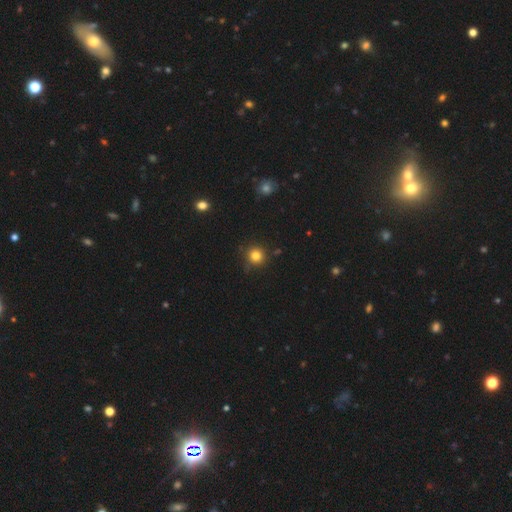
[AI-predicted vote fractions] The model was most divided on "smooth or featured": smooth: 81%, star or artifact: 13%, featured or disk: 6%. More confident: how rounded — round (94%); merging — none (85%).